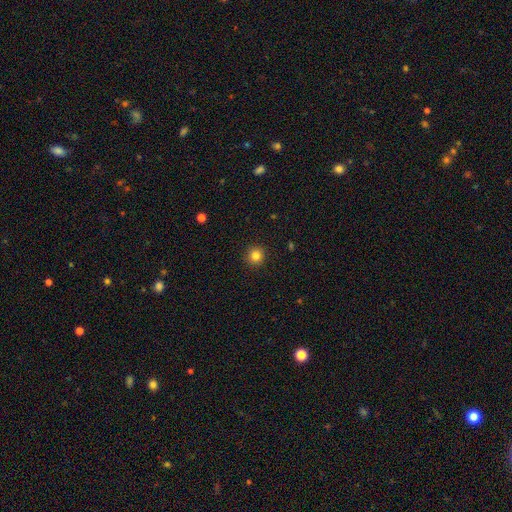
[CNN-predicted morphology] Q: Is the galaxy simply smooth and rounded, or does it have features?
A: smooth — 84%.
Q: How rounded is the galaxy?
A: round — 95%.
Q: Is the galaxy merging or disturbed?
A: none — 92%.